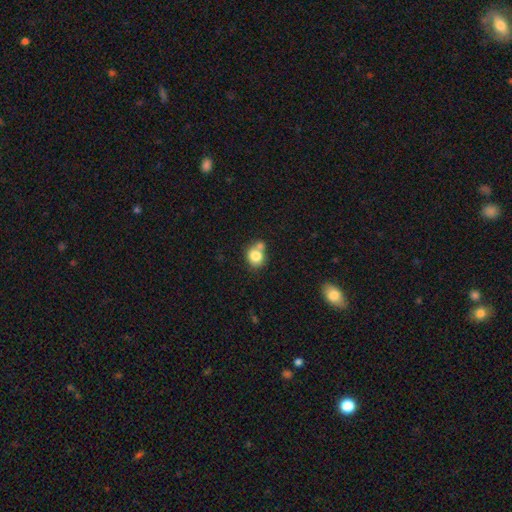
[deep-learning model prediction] smooth 81%, star or artifact 10%, featured or disk 10%. Down the decision tree: how rounded — round (72%); merging — none (50%).